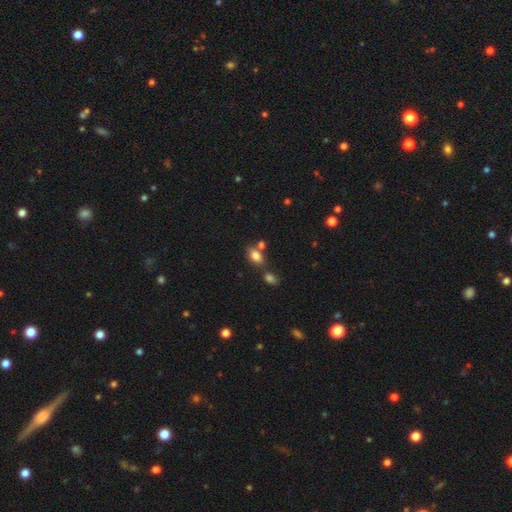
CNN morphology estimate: A smooth galaxy with no disk features (81%) that is in between round and cigar-shaped (86%).

Vote fractions:
- Smooth or featured? smooth: 81% / star or artifact: 11% / featured or disk: 8%
- How rounded? in between: 86% / round: 11% / cigar-shaped: 3%
- Merging? none: 55% / merger: 27% / minor disturbance: 14% / major disturbance: 5%